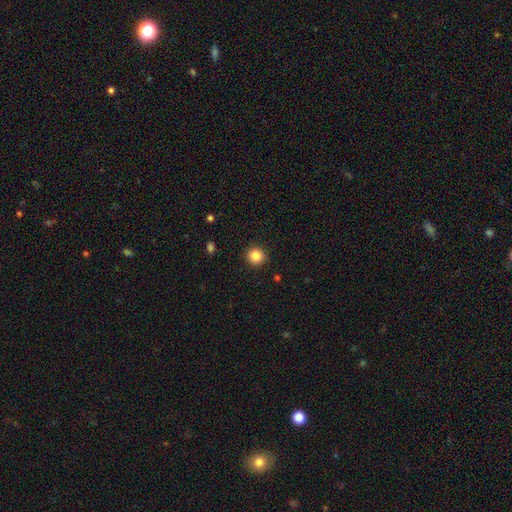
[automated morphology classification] Q: Smooth or featured?
A: smooth (85%); runner-up: star or artifact (10%)
Q: How rounded?
A: round (94%); runner-up: in between (5%)
Q: Merging?
A: none (92%); runner-up: minor disturbance (5%)